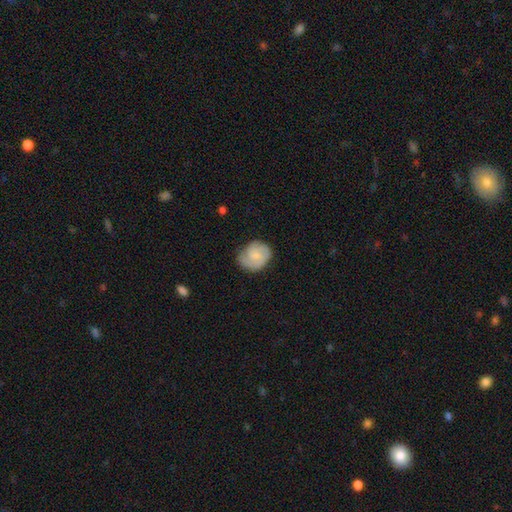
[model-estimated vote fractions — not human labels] This appears to be a smooth galaxy with no disk features (49%). Merging: none (61%).